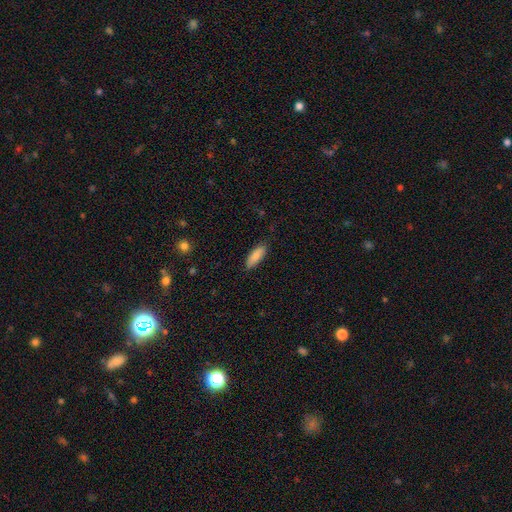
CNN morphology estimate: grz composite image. It shows a smooth galaxy with no disk features (84%) that is in between round and cigar-shaped (64%). Merging: none (85%).